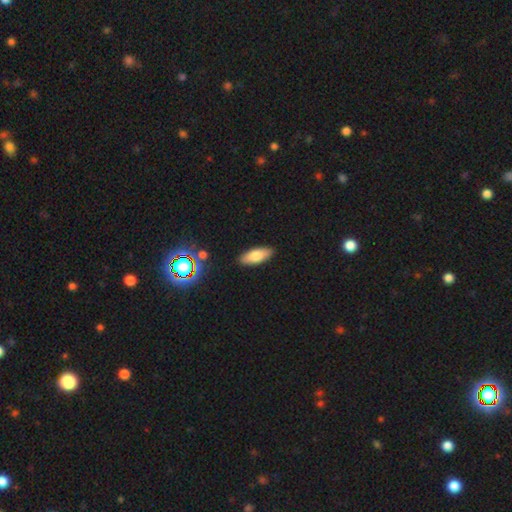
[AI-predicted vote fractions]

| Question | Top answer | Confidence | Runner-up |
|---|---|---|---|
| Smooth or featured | smooth | 78% | featured or disk (14%) |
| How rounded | in between | 76% | cigar-shaped (22%) |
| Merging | none | 88% | minor disturbance (9%) |